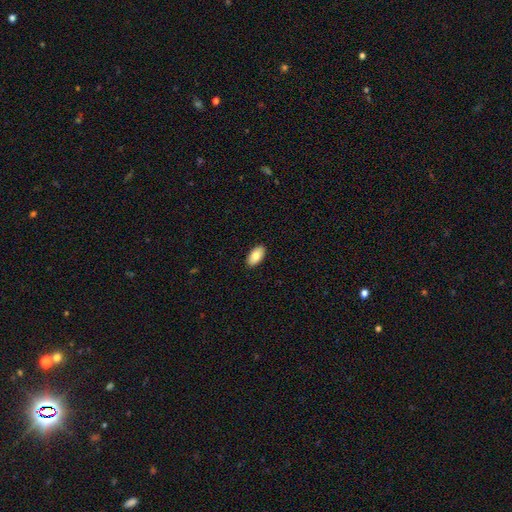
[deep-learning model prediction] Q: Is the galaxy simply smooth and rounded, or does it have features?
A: smooth — 80%.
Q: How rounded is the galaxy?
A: in between — 94%.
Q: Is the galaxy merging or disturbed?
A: none — 90%.